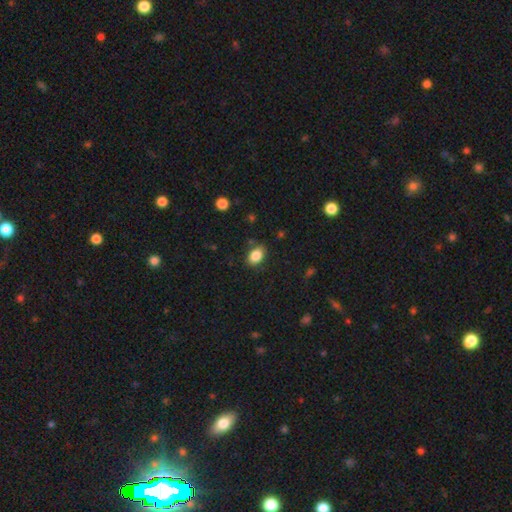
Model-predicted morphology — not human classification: Smooth or featured? smooth (86%)
How rounded? in between (82%)
Merging? none (83%)